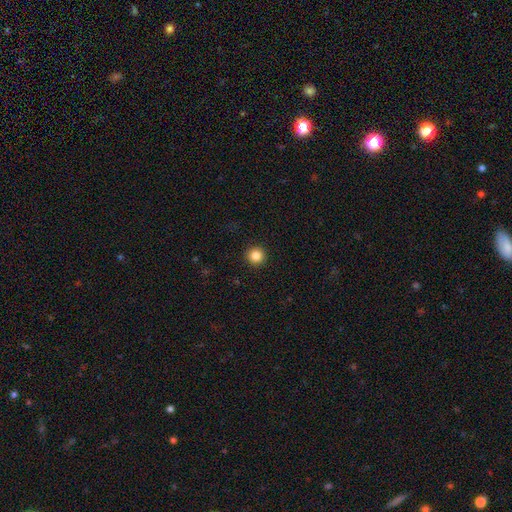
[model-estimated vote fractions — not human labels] This is clearly a smooth galaxy (85%). How rounded: clearly round (96%). Merging: clearly none (93%).